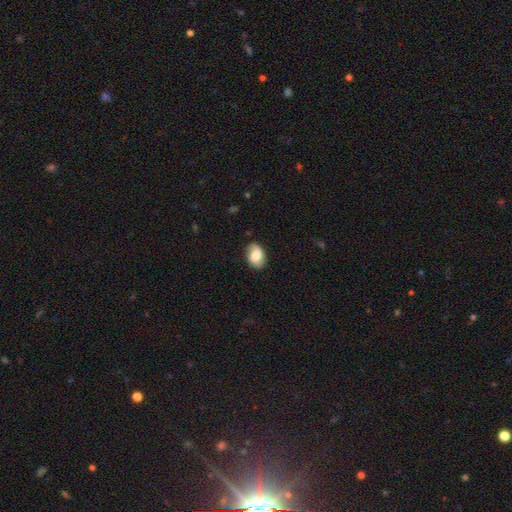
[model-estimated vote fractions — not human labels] smooth_or_featured: smooth (p=0.62) [alt: featured or disk p=0.30]
how_rounded: in between (p=0.82) [alt: round p=0.16]
merging: none (p=0.82) [alt: minor disturbance p=0.14]